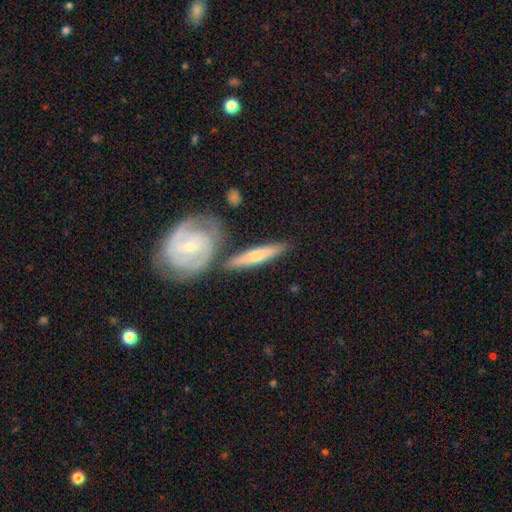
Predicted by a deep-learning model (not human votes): Smooth or featured? featured or disk (50%)
Edge-on disk? yes (72%)
Merging? none (71%)